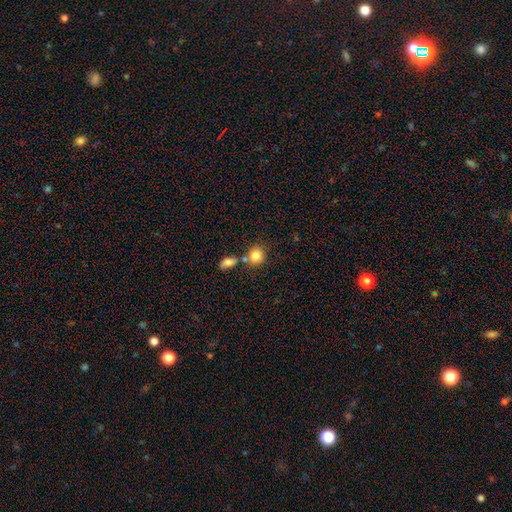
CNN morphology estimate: A smooth galaxy with no disk features (83%) that is round (80%).

Vote fractions:
- Smooth or featured? smooth: 83% / star or artifact: 9% / featured or disk: 7%
- How rounded? round: 80% / in between: 19% / cigar-shaped: 1%
- Merging? none: 59% / merger: 26% / minor disturbance: 11% / major disturbance: 4%